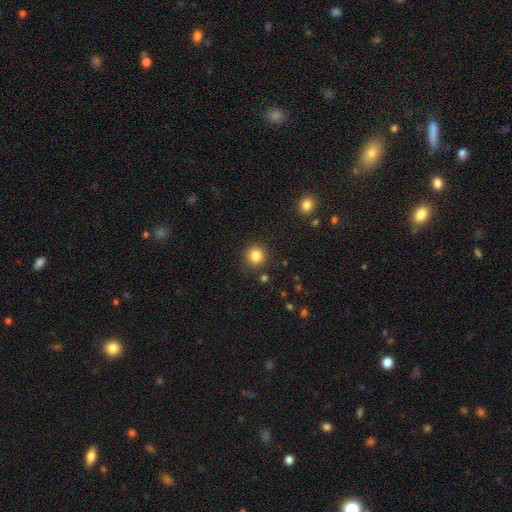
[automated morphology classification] Smooth or featured: smooth — 84% (star or artifact — 11%)
How rounded: round — 93% (in between — 6%)
Merging: none — 89% (minor disturbance — 7%)